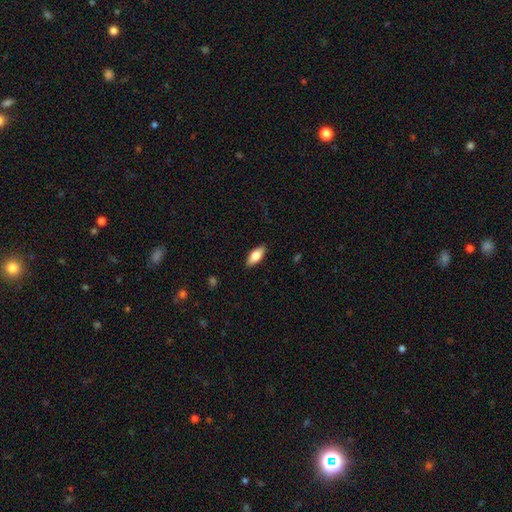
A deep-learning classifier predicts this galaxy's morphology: Smooth or featured? smooth (77%)
How rounded? in between (86%)
Merging? none (89%)